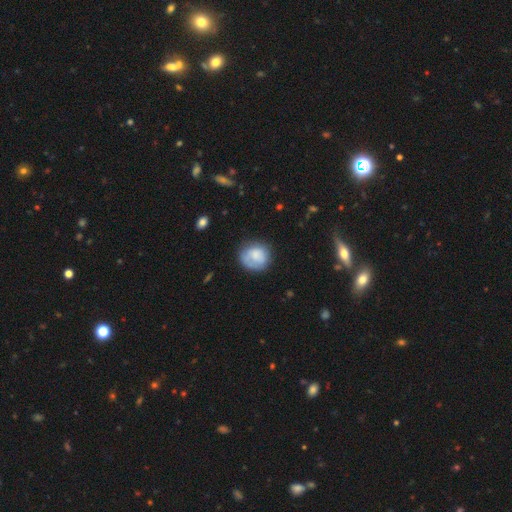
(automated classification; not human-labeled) A smooth galaxy with no disk features (74%) that is round (81%).

Vote fractions:
- Smooth or featured? smooth: 74% / featured or disk: 19% / star or artifact: 7%
- How rounded? round: 81% / in between: 18% / cigar-shaped: 1%
- Merging? none: 66% / minor disturbance: 22% / major disturbance: 9% / merger: 2%